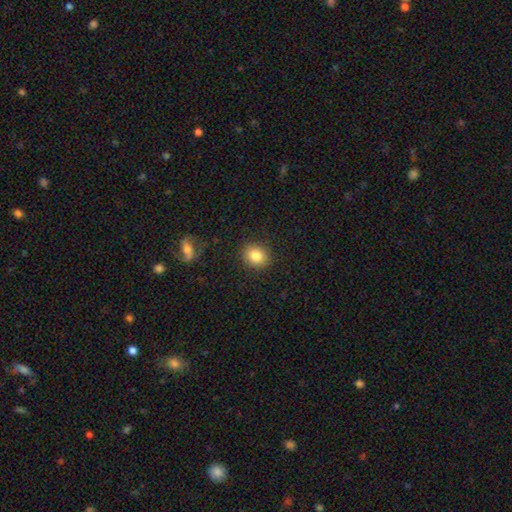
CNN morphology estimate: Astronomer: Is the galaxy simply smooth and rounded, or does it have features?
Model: smooth — 83%.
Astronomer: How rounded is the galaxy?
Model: round — 72%.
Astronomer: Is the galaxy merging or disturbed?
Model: none — 89%.